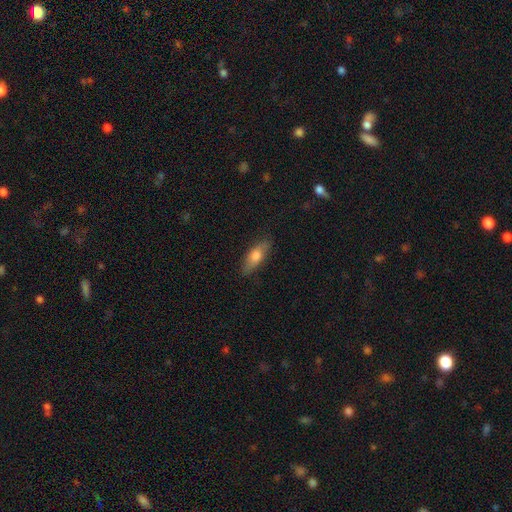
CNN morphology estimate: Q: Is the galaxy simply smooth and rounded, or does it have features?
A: smooth — 66%.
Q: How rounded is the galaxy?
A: in between — 64%.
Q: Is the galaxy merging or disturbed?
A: none — 81%.